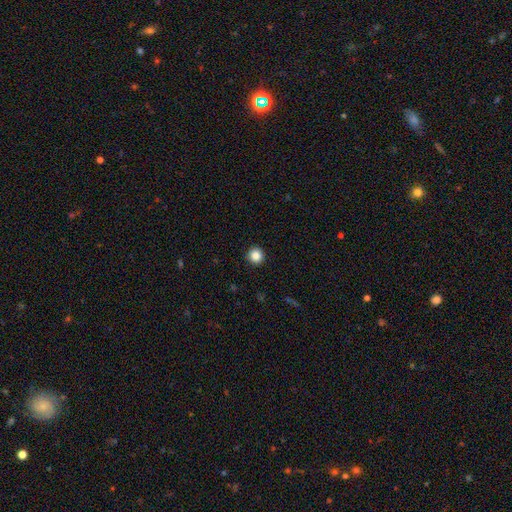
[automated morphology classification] A smooth galaxy with no disk features (86%) that is round (96%).

Vote fractions:
- Smooth or featured? smooth: 86% / star or artifact: 10% / featured or disk: 4%
- How rounded? round: 96% / in between: 3% / cigar-shaped: 1%
- Merging? none: 93% / minor disturbance: 4% / major disturbance: 2% / merger: 1%